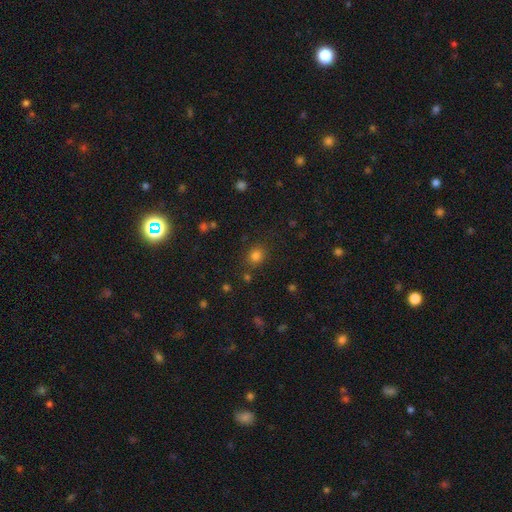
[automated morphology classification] Smooth or featured: smooth — 79% (star or artifact — 16%)
How rounded: round — 80% (in between — 19%)
Merging: none — 82% (minor disturbance — 10%)